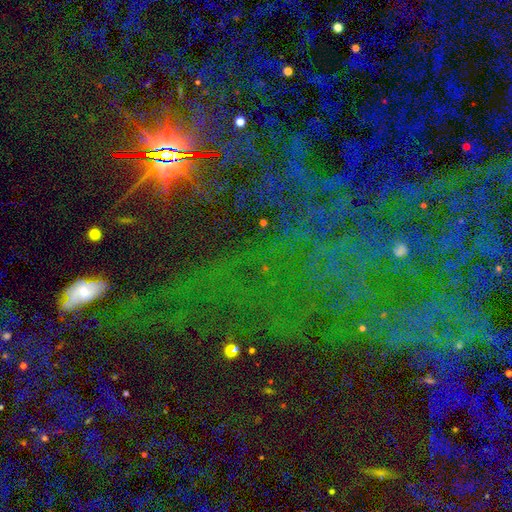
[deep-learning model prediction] Overall: star or artifact (76%).